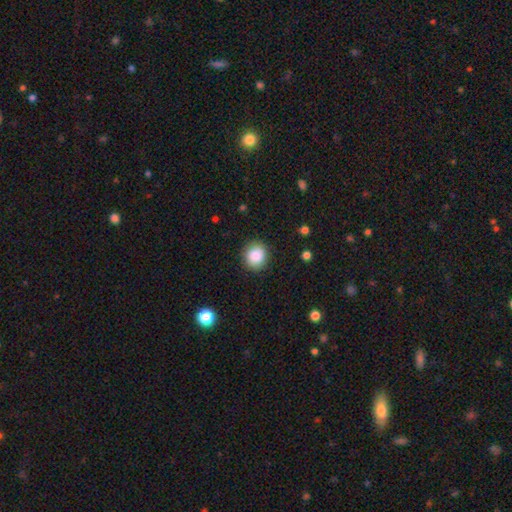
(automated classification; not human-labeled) Q: Smooth or featured?
A: smooth (87%); runner-up: star or artifact (8%)
Q: How rounded?
A: round (83%); runner-up: in between (16%)
Q: Merging?
A: none (88%); runner-up: minor disturbance (8%)